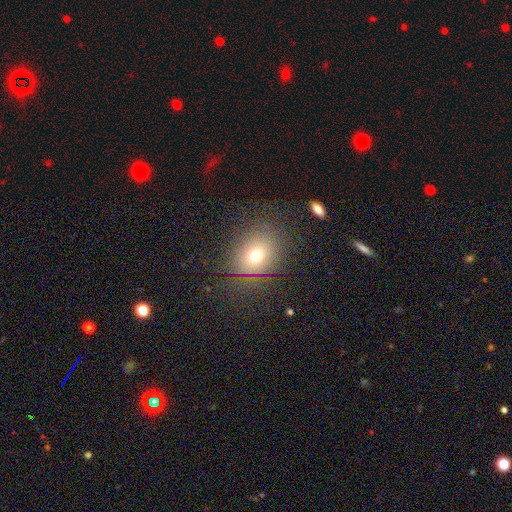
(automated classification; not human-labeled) Smooth or featured: smooth — 68% (star or artifact — 17%)
How rounded: round — 59% (in between — 40%)
Merging: none — 74% (minor disturbance — 14%)